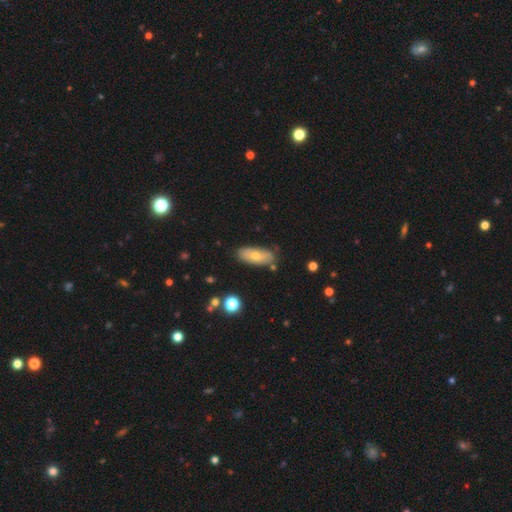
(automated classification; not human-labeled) The model was most divided on "smooth or featured": smooth: 61%, featured or disk: 32%, star or artifact: 7%. More confident: how rounded — in between (80%); merging — none (78%).